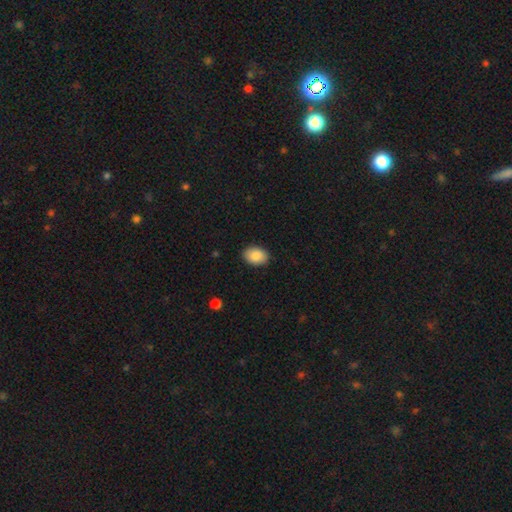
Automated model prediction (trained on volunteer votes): smooth-or-featured: smooth: 87% | star or artifact: 7% | featured or disk: 6%
  how-rounded: in between: 80% | round: 19% | cigar-shaped: 1%
  merging: none: 89% | minor disturbance: 8% | major disturbance: 2% | merger: 1%